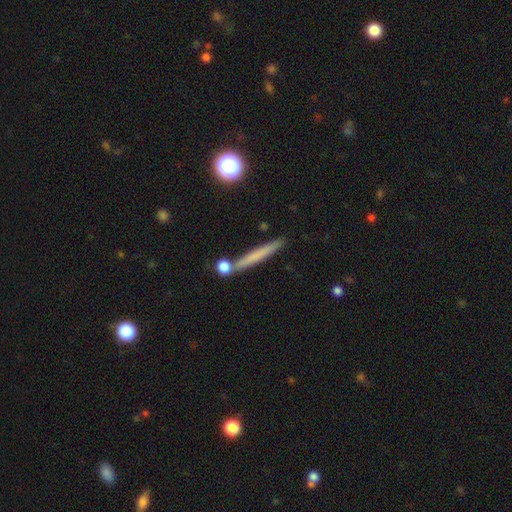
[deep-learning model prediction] A smooth galaxy with no disk features (59%) that is cigar-shaped (94%). Merging: none (80%).